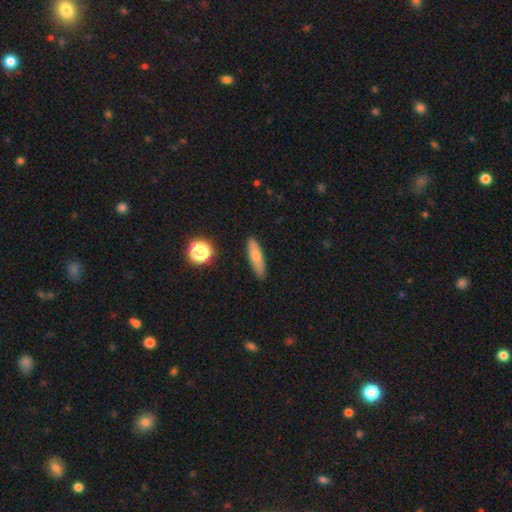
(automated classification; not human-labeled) smooth 73%, featured or disk 19%, star or artifact 8%. Down the decision tree: how rounded — cigar-shaped (65%); merging — none (86%).